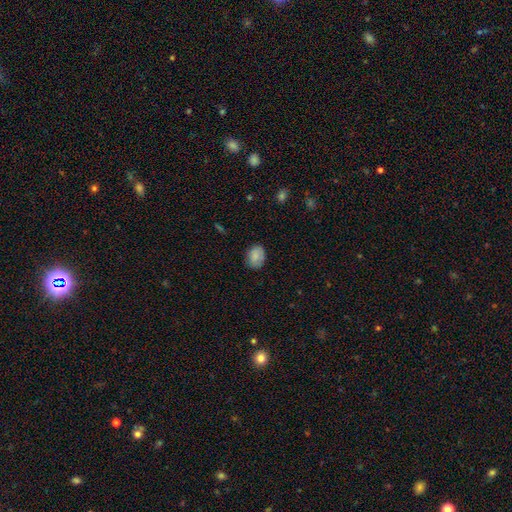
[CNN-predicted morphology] This is clearly a smooth galaxy (84%). How rounded: likely in between (66%). Merging: likely none (77%).